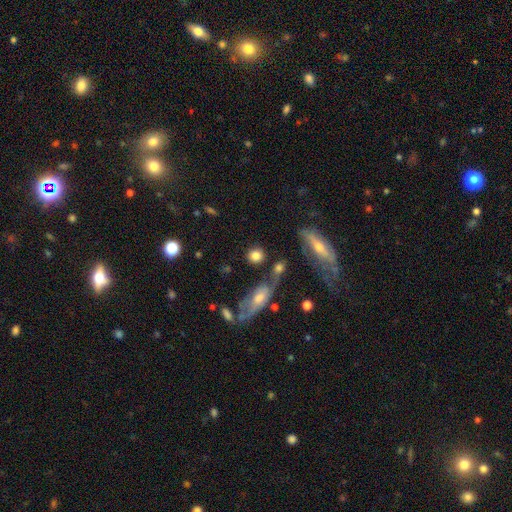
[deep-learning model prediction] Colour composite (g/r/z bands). It shows a smooth galaxy with no disk features (79%) that is round (75%). Merging: none (67%).